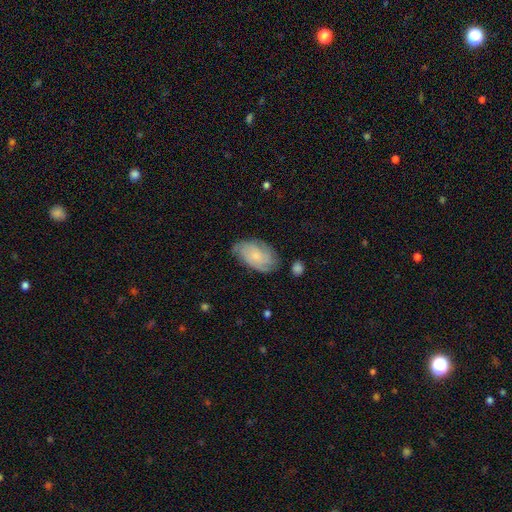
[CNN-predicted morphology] A featured or disk galaxy (55%) with no bar (77%), spiral arms (89%) and a small central bulge (56%). Merging: none (70%).